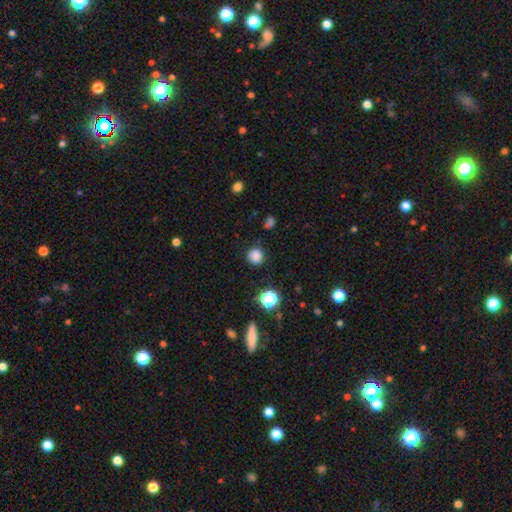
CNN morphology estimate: Overall: smooth (81%). How rounded: round (92%). Merging: none (85%).